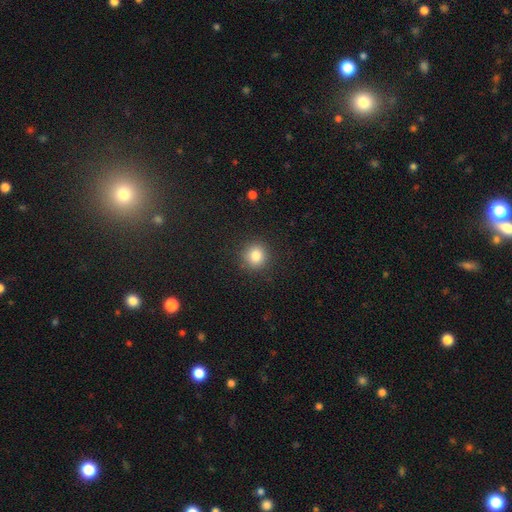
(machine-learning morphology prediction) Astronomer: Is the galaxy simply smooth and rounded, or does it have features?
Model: smooth — 83%.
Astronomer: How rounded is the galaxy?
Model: round — 91%.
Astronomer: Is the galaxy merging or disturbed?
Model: none — 90%.